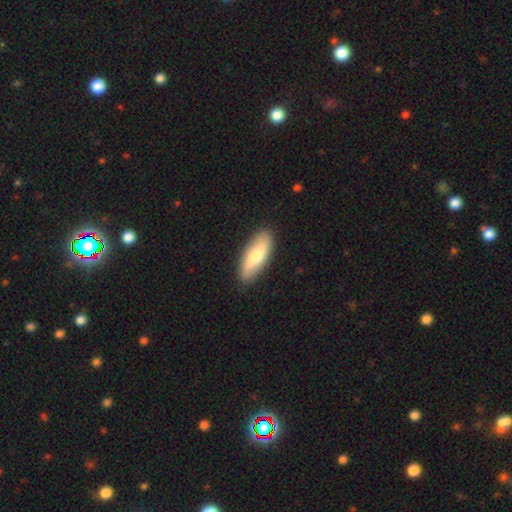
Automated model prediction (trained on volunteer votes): Smooth or featured? Predicted: smooth (p=0.64). How rounded? Predicted: in between (p=0.62). Merging? Predicted: none (p=0.88).